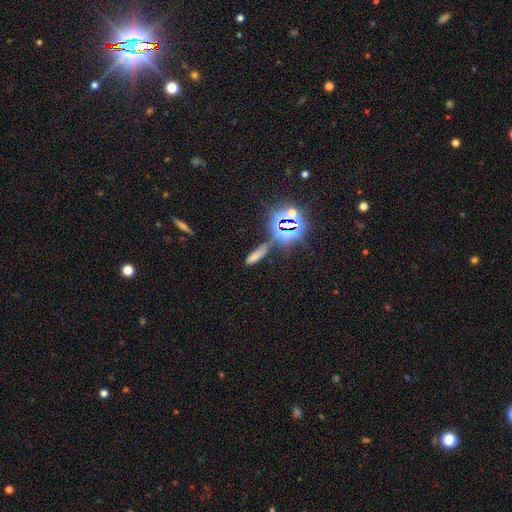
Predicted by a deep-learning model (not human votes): smooth_or_featured: smooth (p=0.59) [alt: star or artifact p=0.31]
how_rounded: cigar-shaped (p=0.56) [alt: in between p=0.38]
merging: none (p=0.64) [alt: minor disturbance p=0.16]